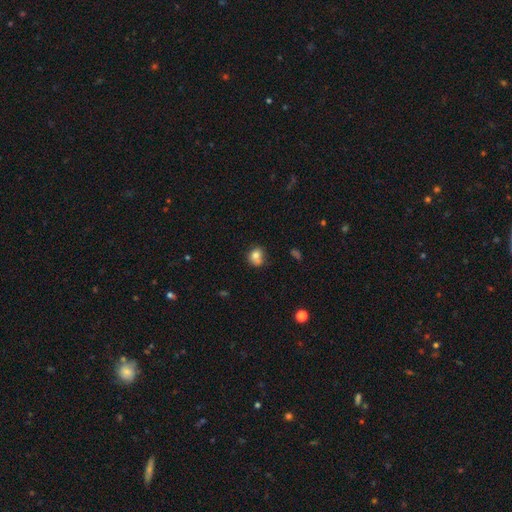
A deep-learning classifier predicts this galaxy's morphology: A smooth galaxy with no disk features (77%) that is round (65%). Merging: none (50%).